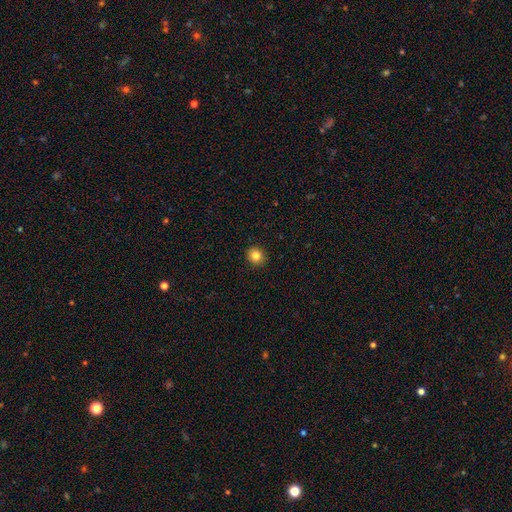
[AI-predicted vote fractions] Smooth or featured: smooth — 83% (star or artifact — 11%)
How rounded: round — 88% (in between — 11%)
Merging: none — 92% (minor disturbance — 5%)